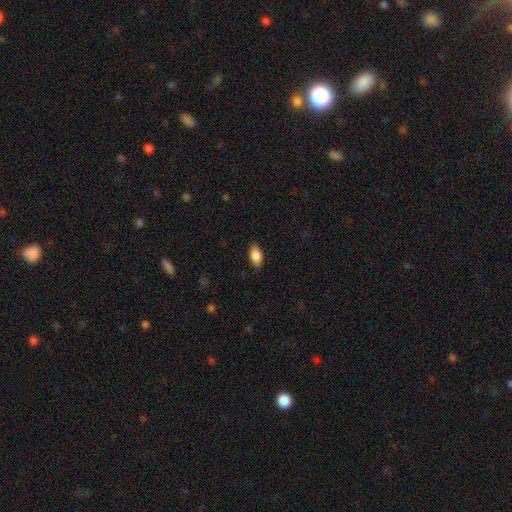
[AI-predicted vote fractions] This appears to be a smooth galaxy with no disk features (86%) that is in between round and cigar-shaped (90%). Merging: none (86%).